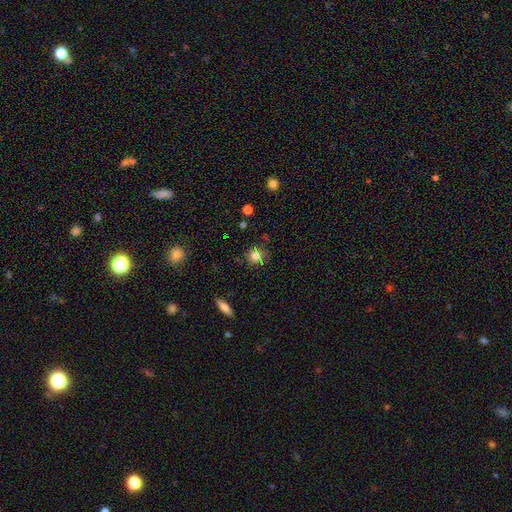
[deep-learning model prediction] Smooth or featured? smooth (70%)
How rounded? round (82%)
Merging? none (80%)